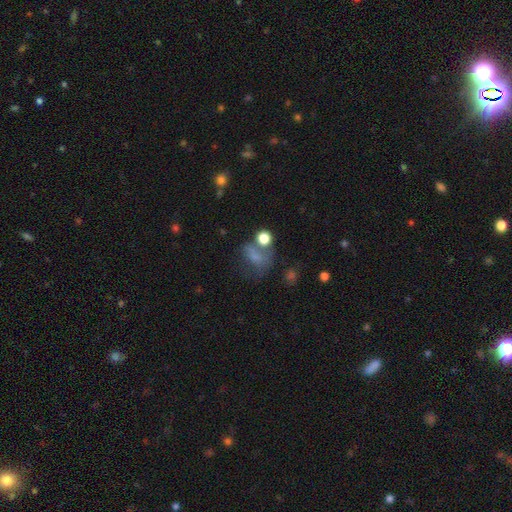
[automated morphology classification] smooth 58%, star or artifact 22%, featured or disk 20%. Down the decision tree: how rounded — in between (56%); merging — none (32%).